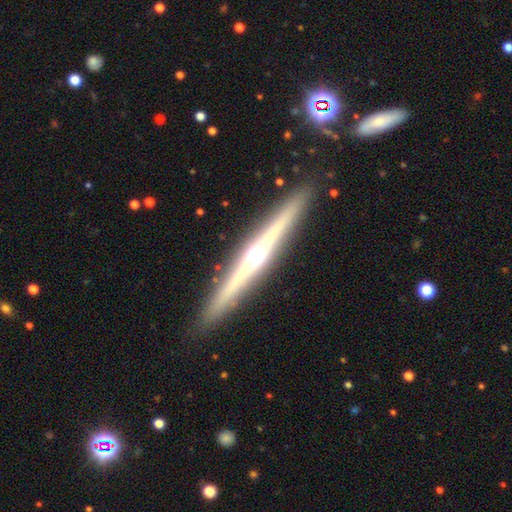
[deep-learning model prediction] Q: Smooth or featured?
A: featured or disk (79%); runner-up: smooth (16%)
Q: Edge-on disk?
A: yes (98%); runner-up: no (2%)
Q: Edge-on bulge?
A: rounded (84%); runner-up: none (10%)
Q: Merging?
A: none (90%); runner-up: minor disturbance (7%)